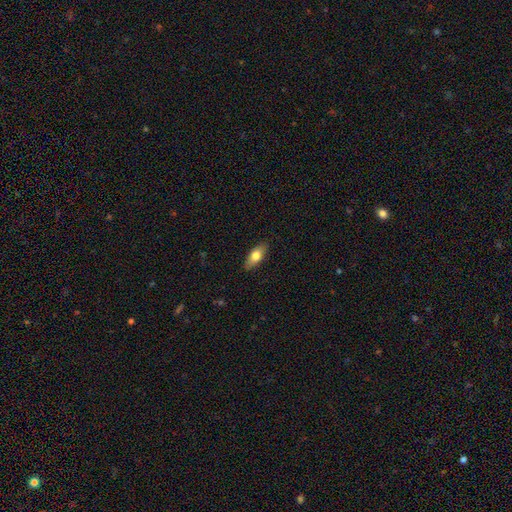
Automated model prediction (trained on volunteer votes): Q: Smooth or featured?
A: smooth (74%); runner-up: featured or disk (20%)
Q: How rounded?
A: in between (80%); runner-up: cigar-shaped (17%)
Q: Merging?
A: none (87%); runner-up: minor disturbance (10%)